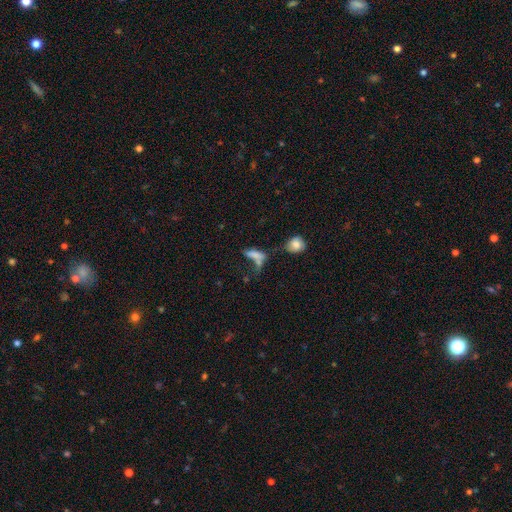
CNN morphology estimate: Smooth or featured?
  - smooth: 64% *
  - featured or disk: 23%
  - star or artifact: 13%
How rounded?
  - in between: 52% *
  - cigar-shaped: 42%
  - round: 6%
Merging?
  - merger: 35% *
  - none: 30%
  - major disturbance: 19%
  - minor disturbance: 16%